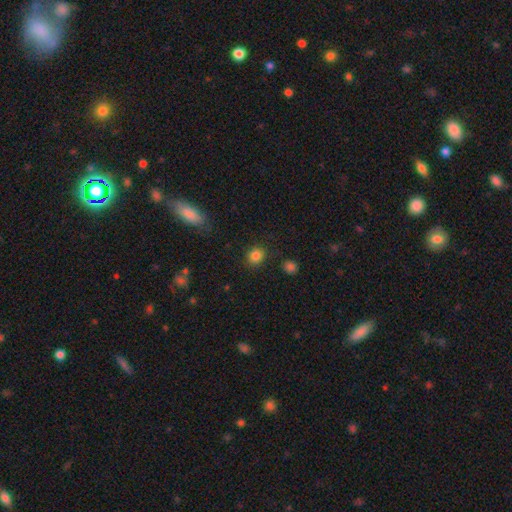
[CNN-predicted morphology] smooth-or-featured: smooth: 84% | star or artifact: 12% | featured or disk: 5%
  how-rounded: round: 82% | in between: 17% | cigar-shaped: 1%
  merging: none: 87% | minor disturbance: 8% | major disturbance: 3% | merger: 2%